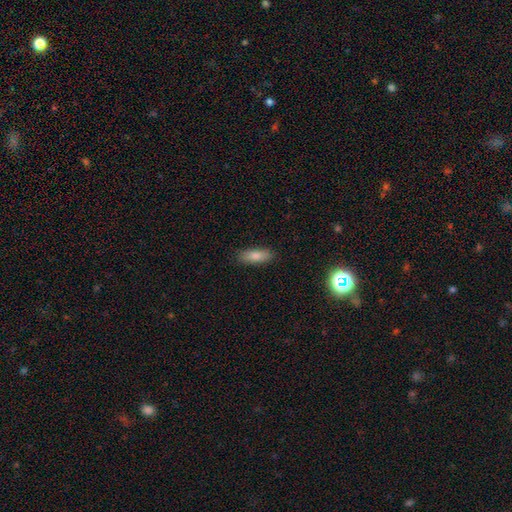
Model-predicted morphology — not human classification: smooth-or-featured: smooth: 82% | featured or disk: 11% | star or artifact: 7%
  how-rounded: in between: 64% | cigar-shaped: 33% | round: 2%
  merging: none: 88% | minor disturbance: 9% | major disturbance: 2% | merger: 1%